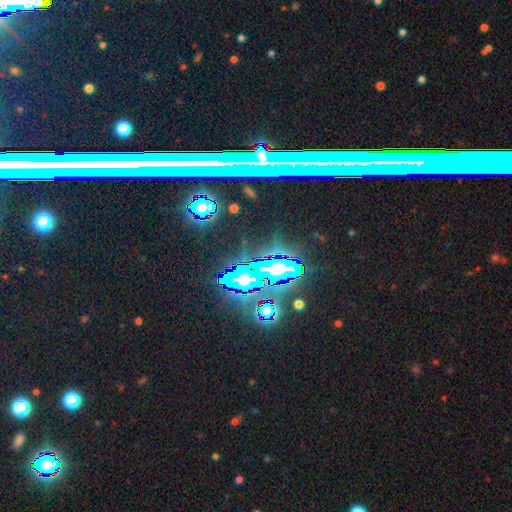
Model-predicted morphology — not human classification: Smooth or featured?
  - star or artifact: 76% *
  - smooth: 14%
  - featured or disk: 10%